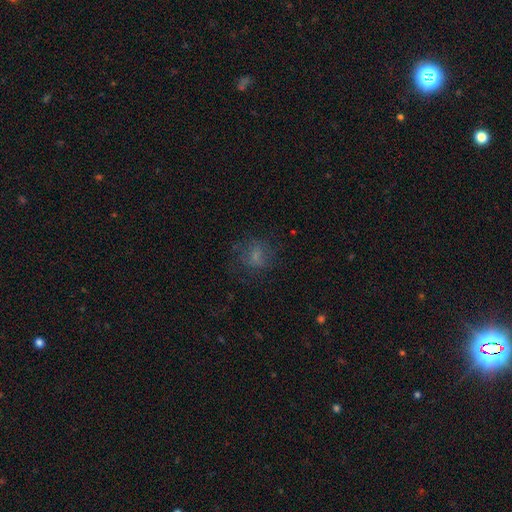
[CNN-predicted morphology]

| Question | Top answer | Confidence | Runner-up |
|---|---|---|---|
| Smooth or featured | smooth | 58% | featured or disk (24%) |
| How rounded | round | 67% | in between (31%) |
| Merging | none | 62% | minor disturbance (18%) |